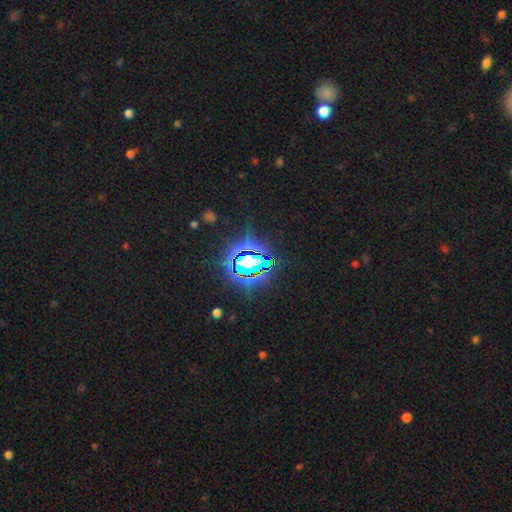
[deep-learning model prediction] Overall: star or artifact (74%).